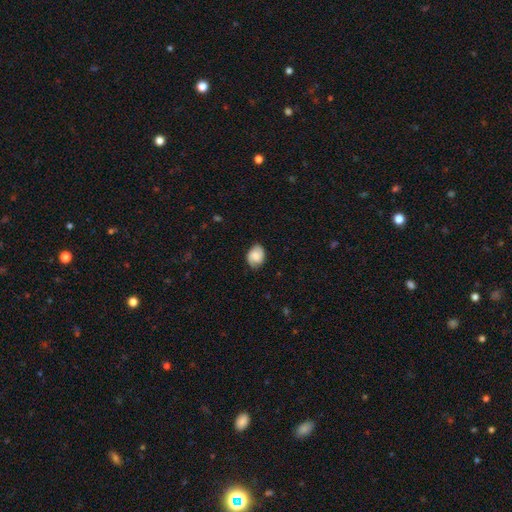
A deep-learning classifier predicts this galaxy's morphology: A smooth galaxy with no disk features (51%) that is in between round and cigar-shaped (64%). Merging: none (77%).